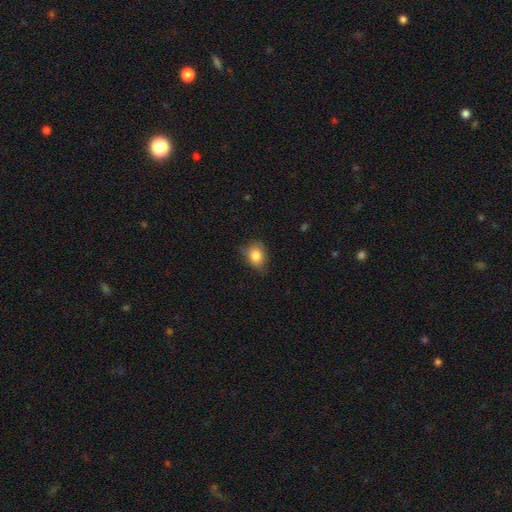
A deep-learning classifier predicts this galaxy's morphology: Smooth or featured: smooth — 82% (featured or disk — 9%)
How rounded: in between — 58% (round — 40%)
Merging: none — 62% (minor disturbance — 29%)